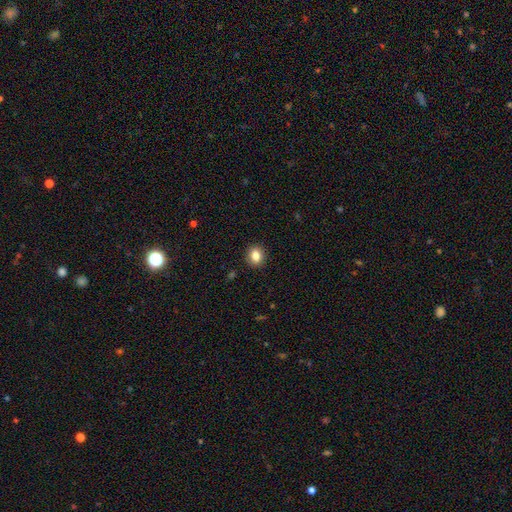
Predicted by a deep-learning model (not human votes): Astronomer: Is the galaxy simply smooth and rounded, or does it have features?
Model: smooth — 84%.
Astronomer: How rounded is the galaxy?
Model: round — 65%.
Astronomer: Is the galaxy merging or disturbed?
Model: none — 91%.